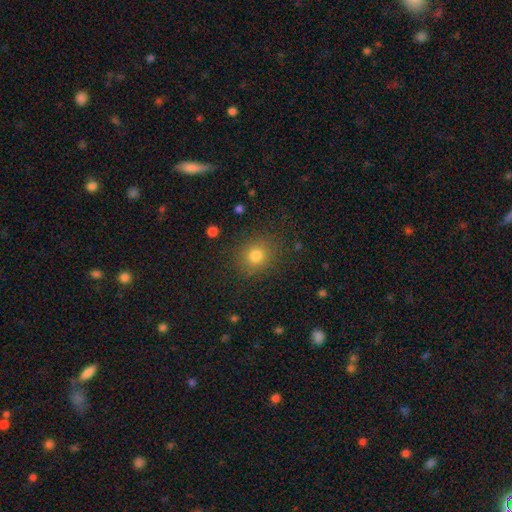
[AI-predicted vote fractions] Q: Smooth or featured?
A: smooth (80%); runner-up: star or artifact (13%)
Q: How rounded?
A: round (78%); runner-up: in between (21%)
Q: Merging?
A: none (85%); runner-up: minor disturbance (9%)